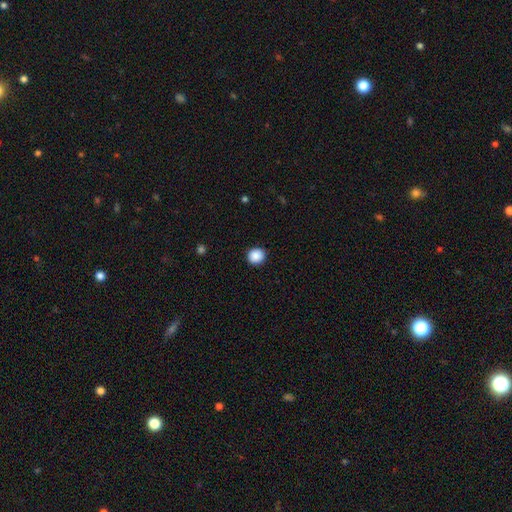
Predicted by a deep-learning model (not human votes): smooth_or_featured: smooth (p=0.88) [alt: star or artifact p=0.09]
how_rounded: round (p=0.89) [alt: in between p=0.10]
merging: none (p=0.91) [alt: minor disturbance p=0.06]